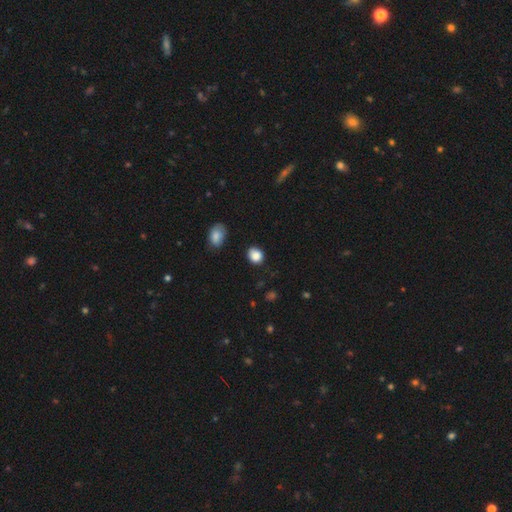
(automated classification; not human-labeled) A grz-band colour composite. It shows a smooth galaxy with no disk features (87%) that is round (60%). Merging: none (81%).